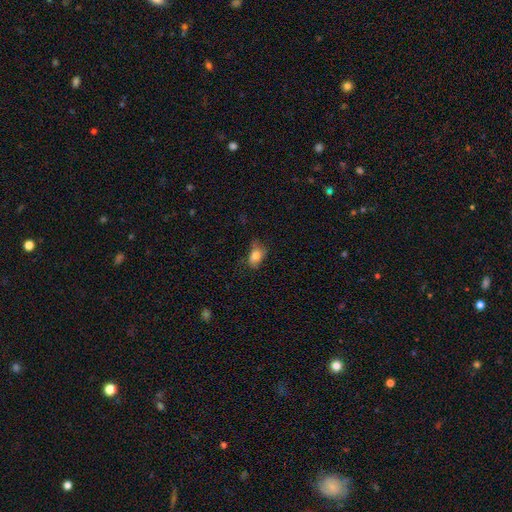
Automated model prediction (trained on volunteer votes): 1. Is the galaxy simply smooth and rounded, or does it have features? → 79% smooth, 12% featured or disk, 9% star or artifact.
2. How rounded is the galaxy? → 80% in between, 18% round, 2% cigar-shaped.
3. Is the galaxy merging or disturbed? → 53% none, 31% minor disturbance, 14% major disturbance, 2% merger.